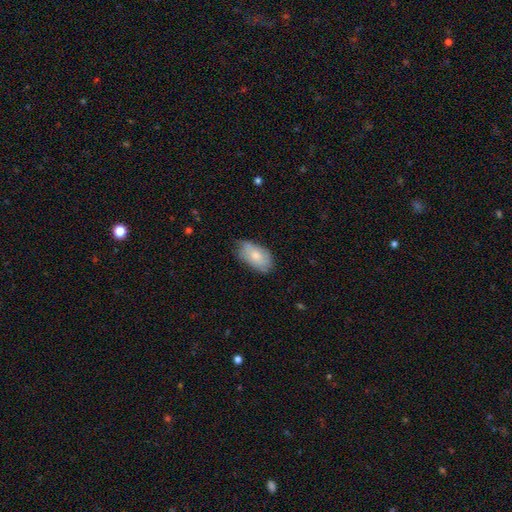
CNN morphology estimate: This appears to be a smooth galaxy with no disk features (70%) that is in between round and cigar-shaped (93%). Merging: none (64%).